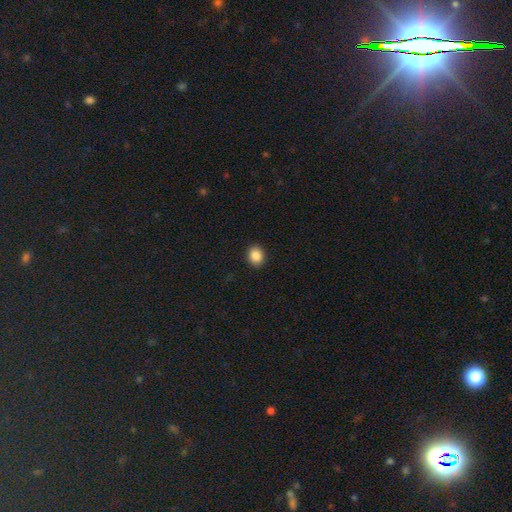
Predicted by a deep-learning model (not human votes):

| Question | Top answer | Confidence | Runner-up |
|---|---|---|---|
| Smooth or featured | smooth | 87% | star or artifact (9%) |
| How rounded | round | 69% | in between (30%) |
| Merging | none | 91% | minor disturbance (6%) |